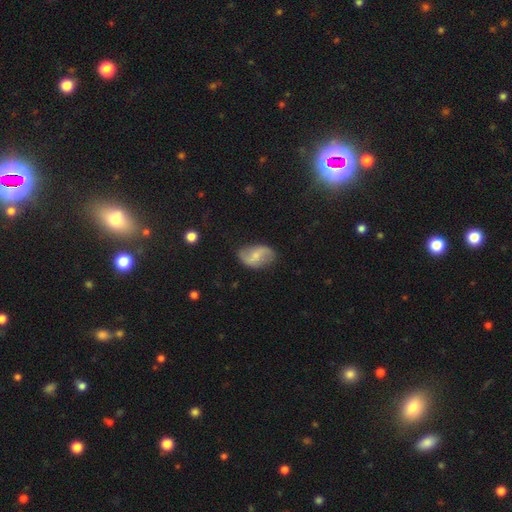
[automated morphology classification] A featured or disk galaxy (62%) with a weak bar (47%), 2 (90%) loose (71%) spiral arms (85%) and a small central bulge (60%).

Vote fractions:
- Smooth or featured? featured or disk: 62% / smooth: 31% / star or artifact: 6%
- Edge-on disk? no: 96% / yes: 4%
- Bar? weak: 47% / no: 31% / strong: 22%
- Spiral arms? yes: 85% / no: 15%
- Spiral winding? loose: 71% / medium: 21% / tight: 7%
- Spiral arm count? 2: 90% / can't tell: 6% / 1: 2% / 3: 1% / 4: 1% / more than 4: 1%
- Bulge size? small: 60% / moderate: 27% / none: 10% / large: 2% / dominant: 1%
- Merging? none: 75% / minor disturbance: 18% / major disturbance: 5% / merger: 1%